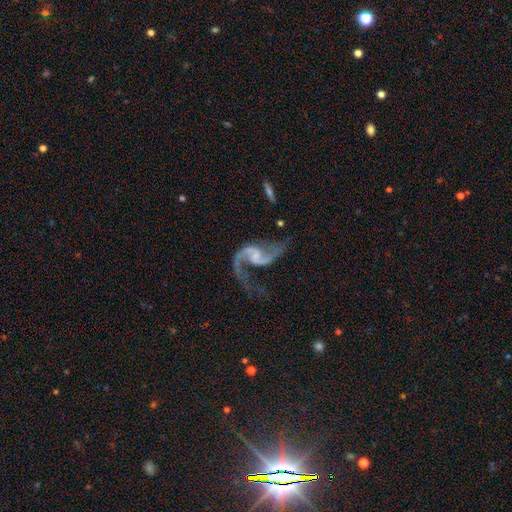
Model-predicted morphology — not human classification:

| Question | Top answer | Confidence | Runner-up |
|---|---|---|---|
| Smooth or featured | featured or disk | 92% | star or artifact (4%) |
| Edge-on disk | no | 98% | yes (2%) |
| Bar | weak | 45% | no (44%) |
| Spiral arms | yes | 97% | no (3%) |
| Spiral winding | loose | 74% | medium (22%) |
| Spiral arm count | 2 | 90% | 1 (5%) |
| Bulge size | small | 46% | none (33%) |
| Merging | none | 54% | major disturbance (23%) |